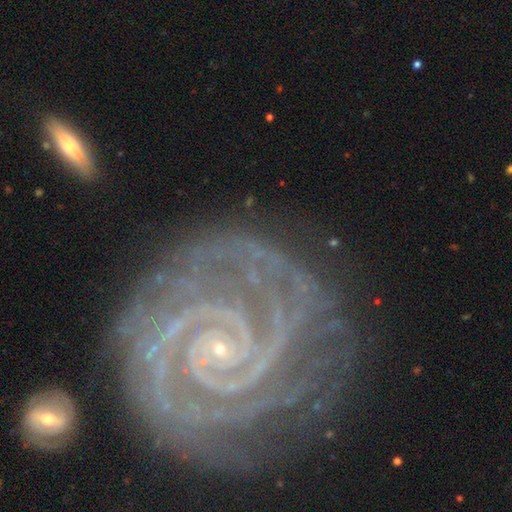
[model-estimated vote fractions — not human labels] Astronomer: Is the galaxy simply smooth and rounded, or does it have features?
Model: featured or disk — 91%.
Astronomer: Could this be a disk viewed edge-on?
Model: no — 98%.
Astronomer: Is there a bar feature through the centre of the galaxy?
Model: no — 67%.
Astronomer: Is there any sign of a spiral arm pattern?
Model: yes — 99%.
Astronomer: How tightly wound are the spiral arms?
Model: tight — 83%.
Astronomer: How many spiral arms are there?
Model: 2 — 43%.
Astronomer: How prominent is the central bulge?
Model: small — 88%.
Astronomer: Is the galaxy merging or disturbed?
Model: none — 74%.